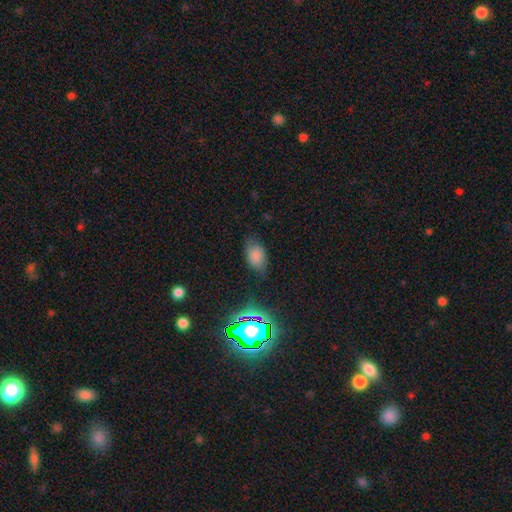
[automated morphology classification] smooth 72%, star or artifact 17%, featured or disk 11%. Down the decision tree: how rounded — in between (85%); merging — none (67%).